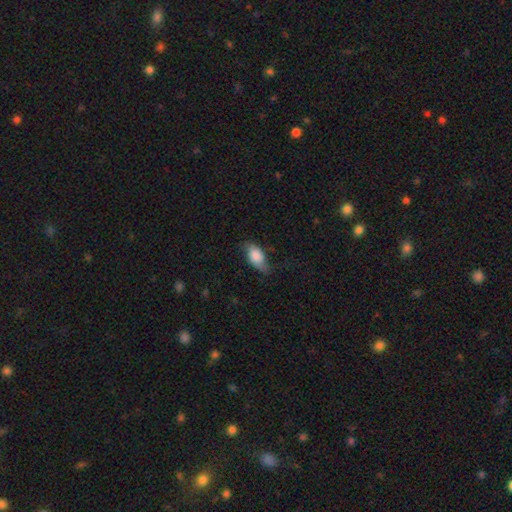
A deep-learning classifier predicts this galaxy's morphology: A smooth galaxy with no disk features (71%) that is in between round and cigar-shaped (90%).

Vote fractions:
- Smooth or featured? smooth: 71% / featured or disk: 21% / star or artifact: 7%
- How rounded? in between: 90% / cigar-shaped: 6% / round: 5%
- Merging? none: 56% / minor disturbance: 31% / major disturbance: 11% / merger: 2%